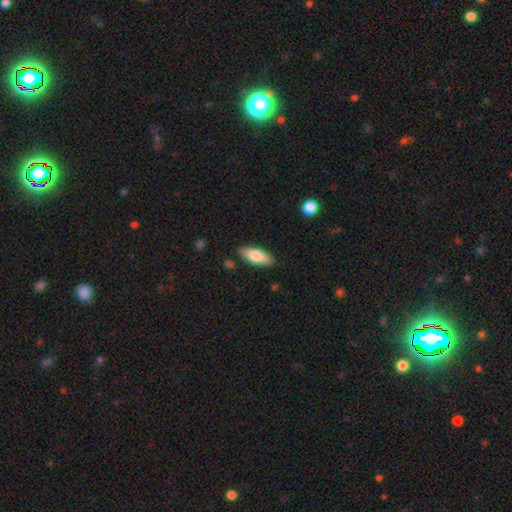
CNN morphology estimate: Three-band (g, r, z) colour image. It shows a smooth galaxy with no disk features (78%) that is in between round and cigar-shaped (77%). Merging: none (86%).